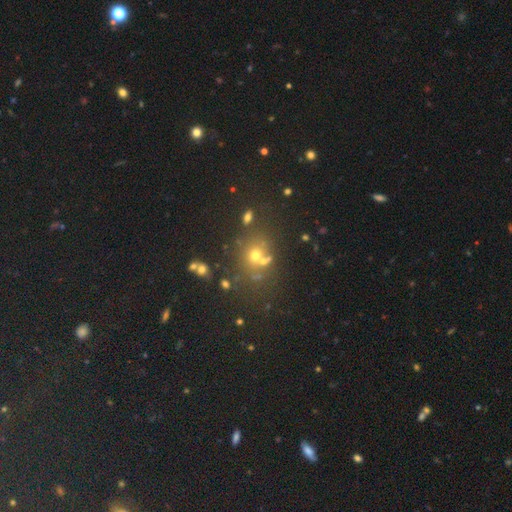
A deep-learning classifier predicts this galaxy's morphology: smooth 52%, star or artifact 34%, featured or disk 14%. Down the decision tree: how rounded — round (75%); merging — none (63%).